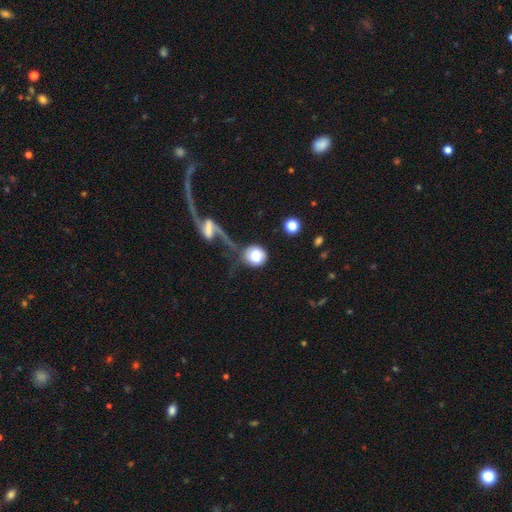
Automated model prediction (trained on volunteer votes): Smooth or featured? smooth (74%)
How rounded? round (84%)
Merging? none (38%)